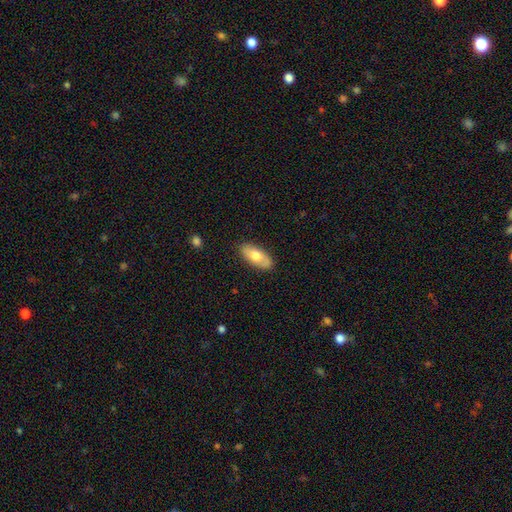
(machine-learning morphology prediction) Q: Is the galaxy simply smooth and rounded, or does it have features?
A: smooth — 69%.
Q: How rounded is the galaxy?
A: in between — 89%.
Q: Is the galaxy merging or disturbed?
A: none — 85%.